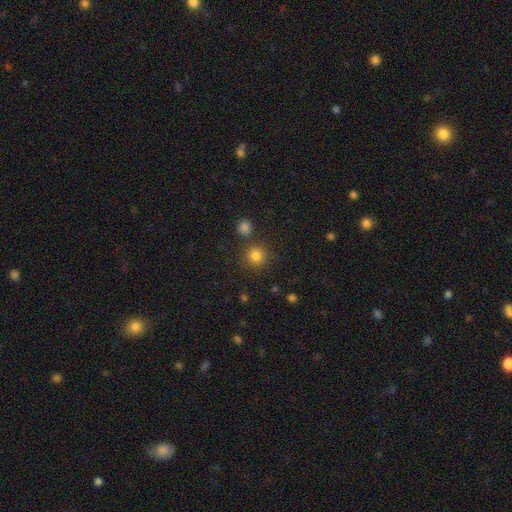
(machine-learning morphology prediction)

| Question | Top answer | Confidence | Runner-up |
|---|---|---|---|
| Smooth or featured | smooth | 82% | star or artifact (13%) |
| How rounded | round | 91% | in between (8%) |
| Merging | none | 80% | merger (9%) |